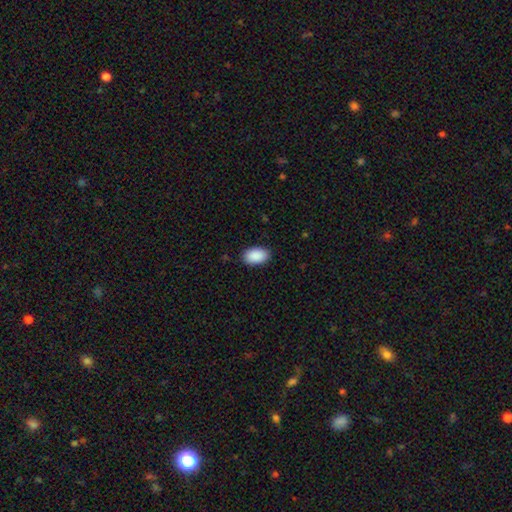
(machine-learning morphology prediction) Smooth or featured?
  - smooth: 91% *
  - star or artifact: 7%
  - featured or disk: 2%
How rounded?
  - in between: 93% *
  - round: 6%
  - cigar-shaped: 1%
Merging?
  - none: 88% *
  - minor disturbance: 9%
  - major disturbance: 2%
  - merger: 1%